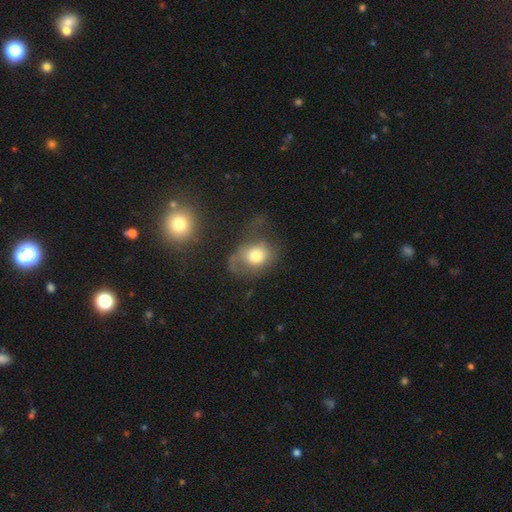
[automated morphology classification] smooth_or_featured: smooth (p=0.66) [alt: featured or disk p=0.23]
how_rounded: in between (p=0.54) [alt: round p=0.44]
merging: major disturbance (p=0.37) [alt: none p=0.33]